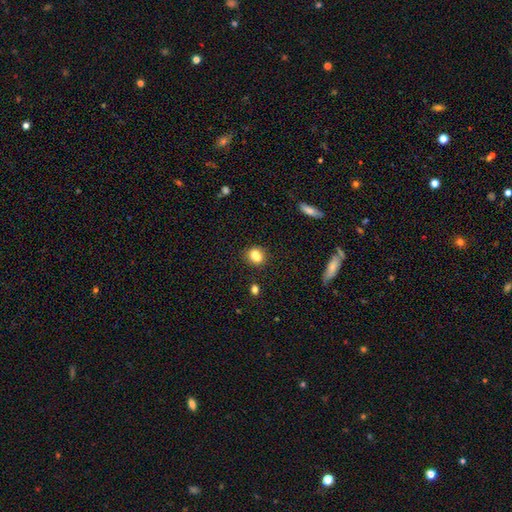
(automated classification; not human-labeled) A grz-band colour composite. It shows a smooth galaxy with no disk features (76%) that is round (60%). Merging: none (51%).